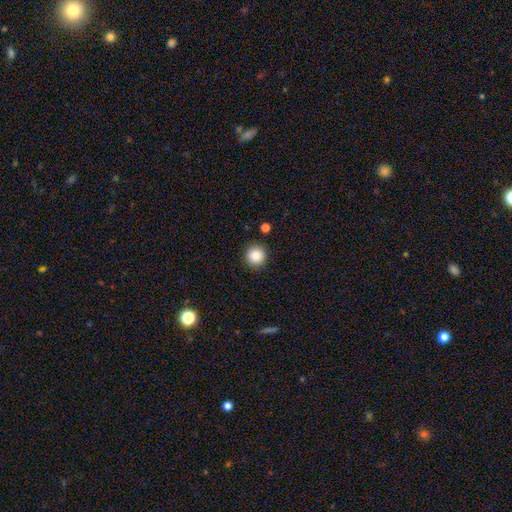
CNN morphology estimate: Overall: smooth (85%). How rounded: round (95%). Merging: none (90%).